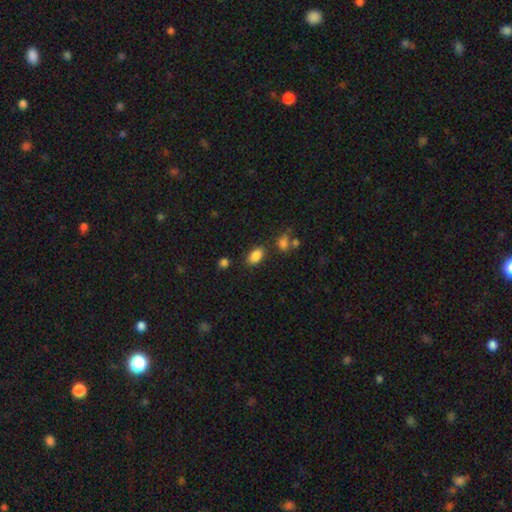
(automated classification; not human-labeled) The model was most divided on "merging": none: 79%, minor disturbance: 12%, merger: 6%, major disturbance: 4%. More confident: how rounded — in between (91%); smooth or featured — smooth (86%).